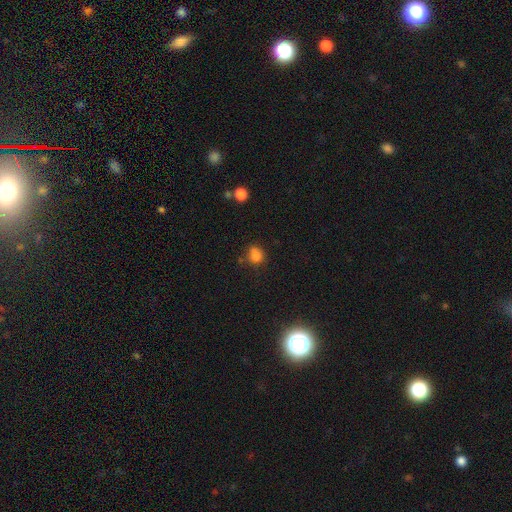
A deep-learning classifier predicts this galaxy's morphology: Smooth or featured?
  - smooth: 80% *
  - star or artifact: 14%
  - featured or disk: 7%
How rounded?
  - round: 63% *
  - in between: 36%
  - cigar-shaped: 1%
Merging?
  - none: 56% *
  - minor disturbance: 25%
  - merger: 11%
  - major disturbance: 9%